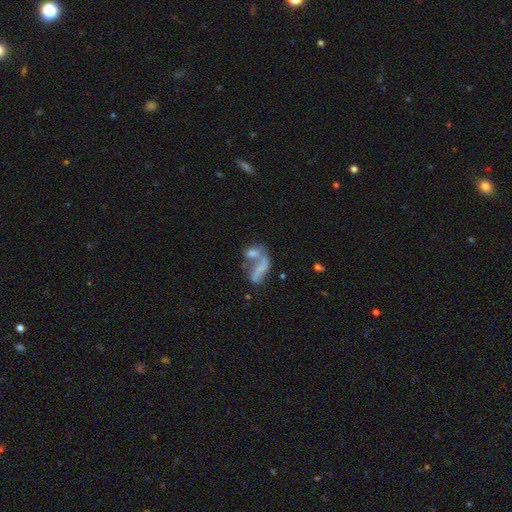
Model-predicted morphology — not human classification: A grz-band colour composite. It shows a smooth galaxy with no disk features (50%) that is in between round and cigar-shaped (66%). Merging: merger (57%).